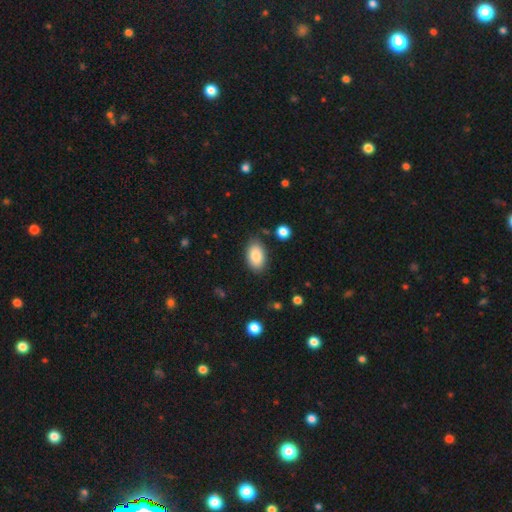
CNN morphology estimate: The model was most divided on "merging": none: 84%, minor disturbance: 12%, major disturbance: 3%, merger: 2%. More confident: how rounded — in between (94%); smooth or featured — smooth (86%).